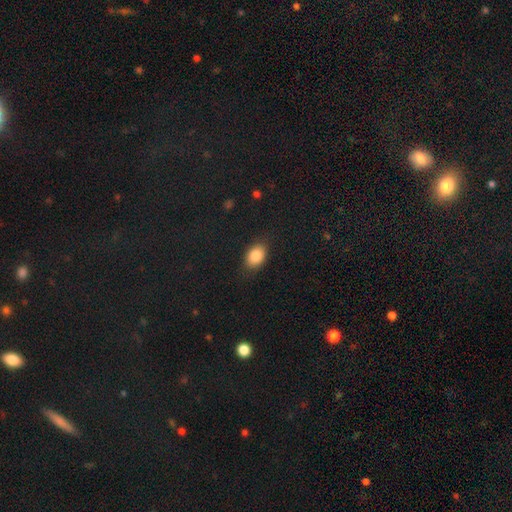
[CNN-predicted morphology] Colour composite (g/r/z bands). It shows a smooth galaxy with no disk features (85%) that is in between round and cigar-shaped (83%). Merging: none (83%).